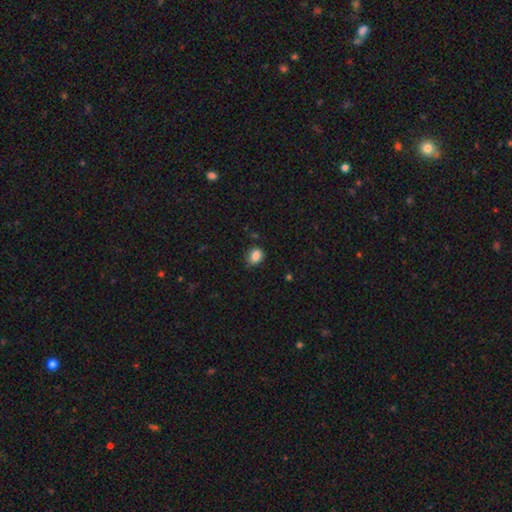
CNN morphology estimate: smooth-or-featured: smooth: 85% | star or artifact: 10% | featured or disk: 5%
  how-rounded: in between: 51% | round: 48% | cigar-shaped: 1%
  merging: none: 71% | minor disturbance: 23% | major disturbance: 4% | merger: 2%